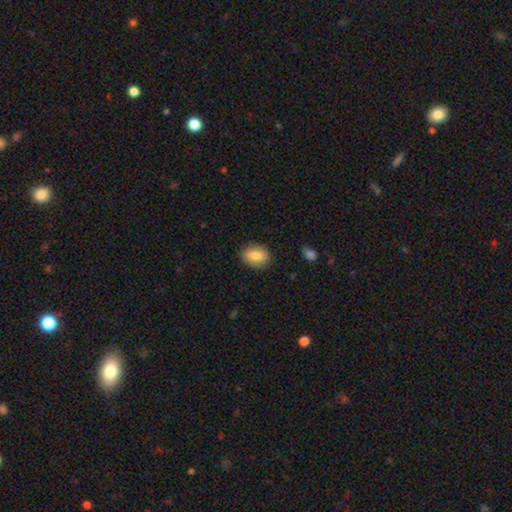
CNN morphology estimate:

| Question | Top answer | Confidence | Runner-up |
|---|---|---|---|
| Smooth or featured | smooth | 82% | featured or disk (10%) |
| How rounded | in between | 64% | round (35%) |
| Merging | none | 87% | minor disturbance (10%) |